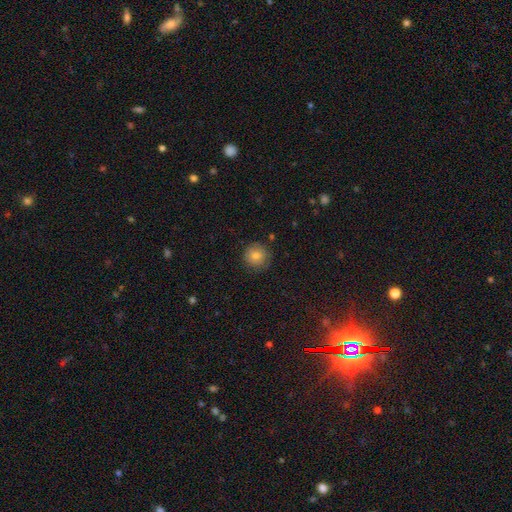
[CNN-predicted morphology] A smooth galaxy with no disk features (78%) that is round (95%). Merging: none (85%).